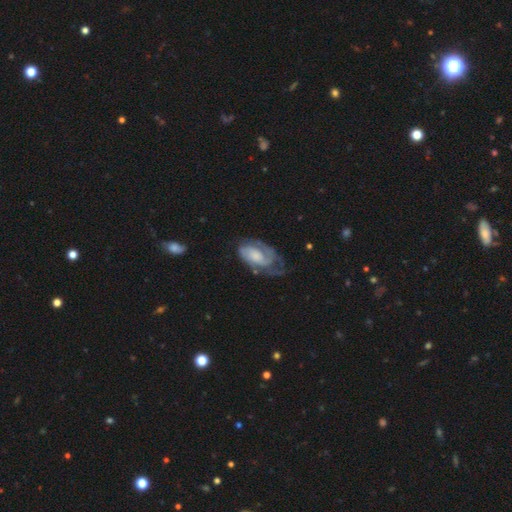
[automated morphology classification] featured or disk 71%, smooth 23%, star or artifact 6%. Down the decision tree: edge-on disk — no (96%); bar — no (65%); spiral arms — yes (88%); spiral arm count — 2 (44%); spiral winding — tight (49%); bulge size — moderate (28%); merging — none (43%).